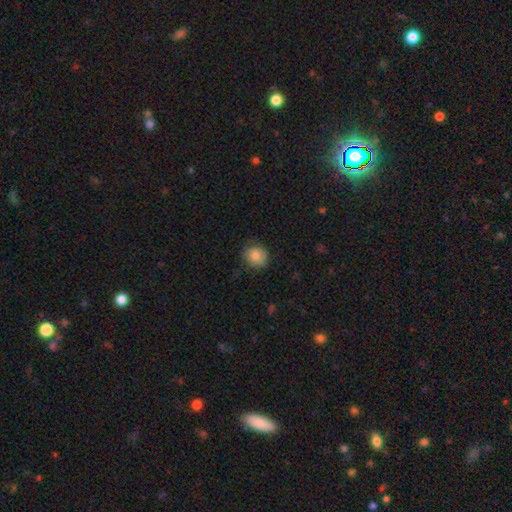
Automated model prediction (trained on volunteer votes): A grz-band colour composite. It shows a smooth galaxy with no disk features (84%) that is round (82%). Merging: none (77%).